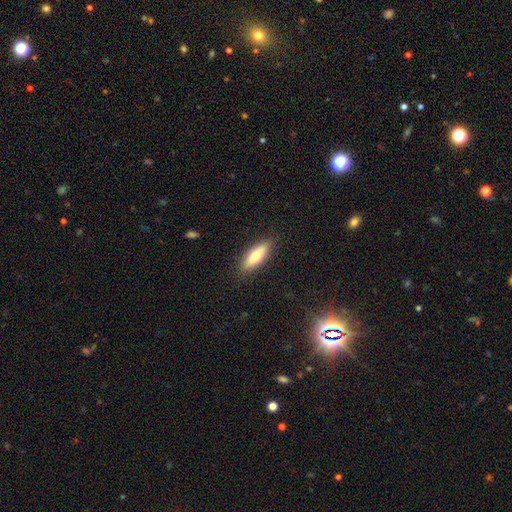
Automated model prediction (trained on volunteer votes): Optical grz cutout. It shows a smooth galaxy with no disk features (61%) that is cigar-shaped (53%). Merging: none (88%).